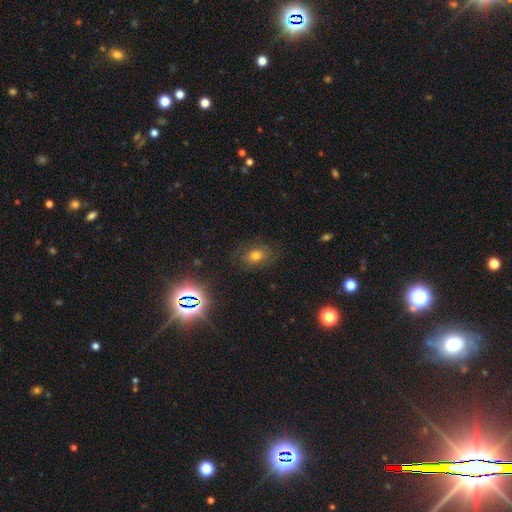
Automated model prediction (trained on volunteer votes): Smooth or featured? smooth (60%)
How rounded? in between (60%)
Merging? none (76%)